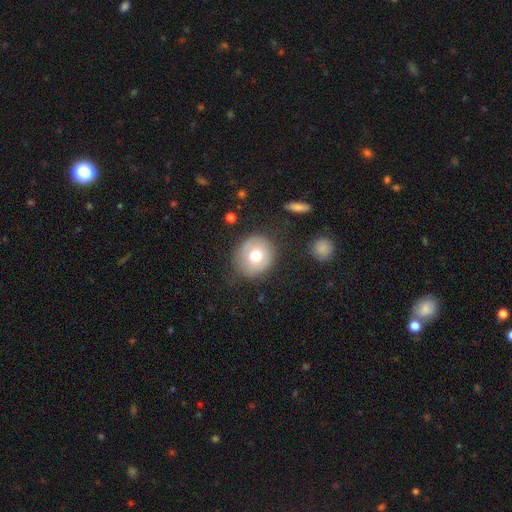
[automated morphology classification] smooth-or-featured: smooth: 68% | featured or disk: 24% | star or artifact: 8%
  how-rounded: round: 83% | in between: 16% | cigar-shaped: 1%
  merging: none: 80% | minor disturbance: 13% | major disturbance: 5% | merger: 2%